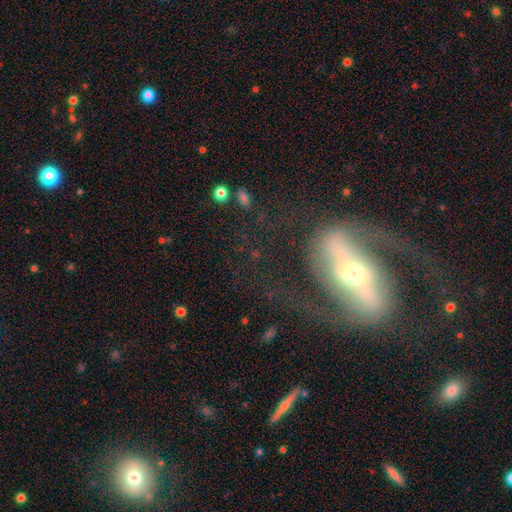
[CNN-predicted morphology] The model was most divided on "spiral winding": medium: 47%, loose: 39%, tight: 14%. More confident: edge-on disk — no (92%); spiral arms — yes (90%); spiral arm count — 2 (90%); smooth or featured — featured or disk (86%); merging — none (66%); bar — strong (66%); bulge size — moderate (57%).